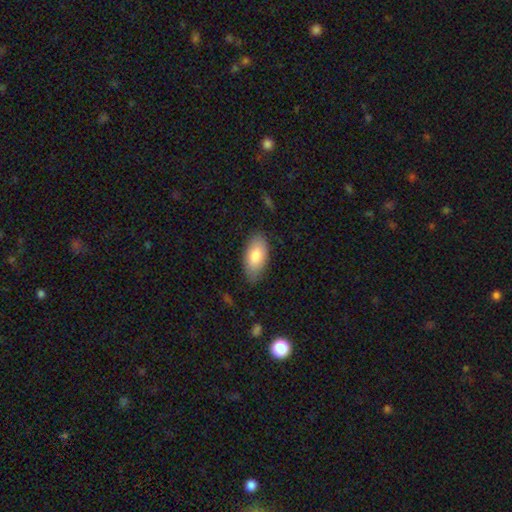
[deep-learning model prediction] Smooth or featured? smooth (82%)
How rounded? in between (94%)
Merging? none (78%)